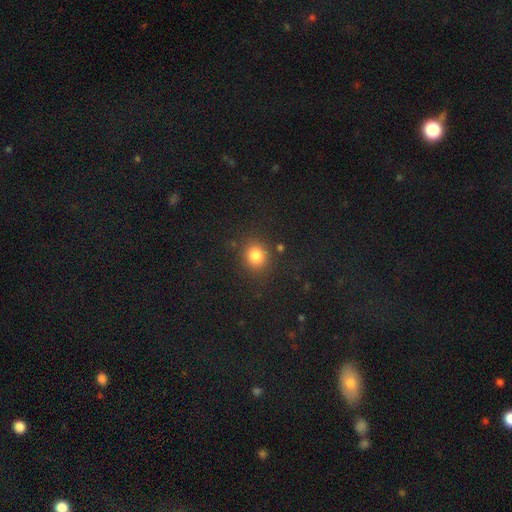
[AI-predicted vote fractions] Q: Smooth or featured?
A: smooth (83%); runner-up: star or artifact (12%)
Q: How rounded?
A: round (80%); runner-up: in between (19%)
Q: Merging?
A: none (84%); runner-up: minor disturbance (9%)